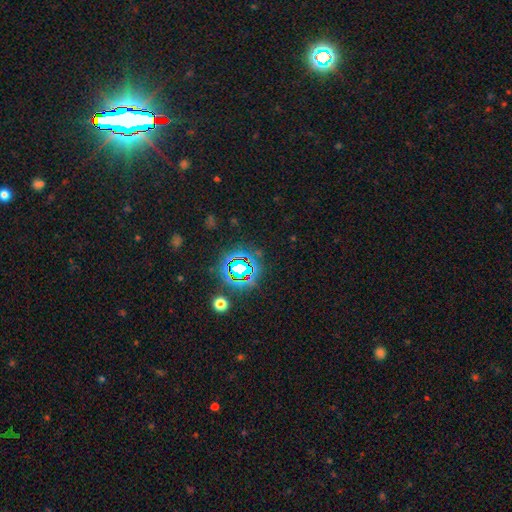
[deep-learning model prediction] This appears to be a star or artifact, not a galaxy (78%).